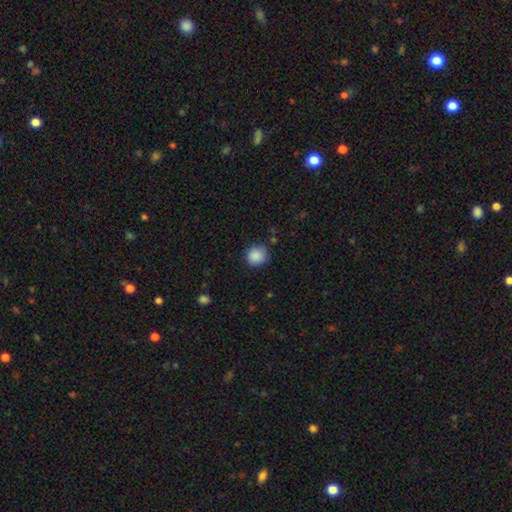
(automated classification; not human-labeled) This appears to be a smooth galaxy with no disk features (88%) that is round (89%). Merging: none (83%).